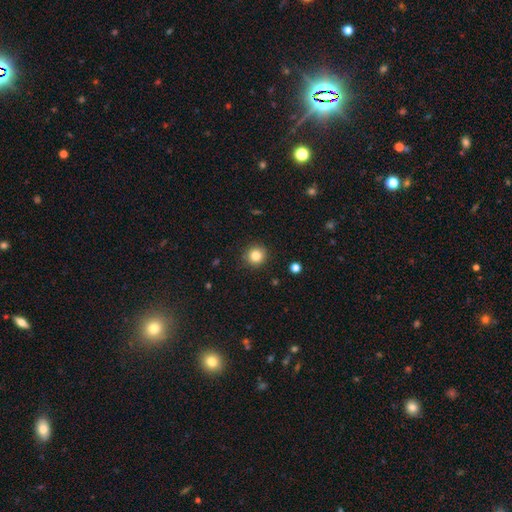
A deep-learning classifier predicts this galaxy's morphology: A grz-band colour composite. It shows a smooth galaxy with no disk features (83%) that is round (92%). Merging: none (90%).